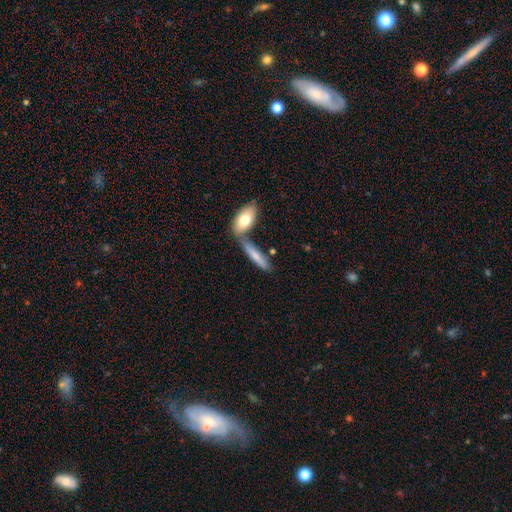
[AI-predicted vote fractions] Morphology: type=smooth (71%); roundness=cigar-shaped (71%); merging=none (56%).